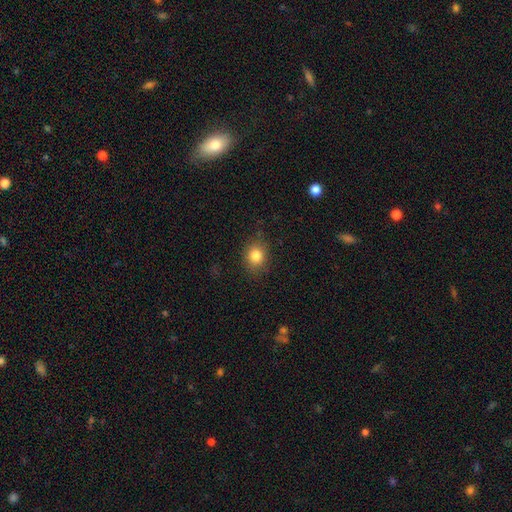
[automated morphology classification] smooth-or-featured: smooth: 82% | star or artifact: 11% | featured or disk: 7%
  how-rounded: round: 61% | in between: 38% | cigar-shaped: 1%
  merging: none: 84% | minor disturbance: 12% | major disturbance: 3% | merger: 1%